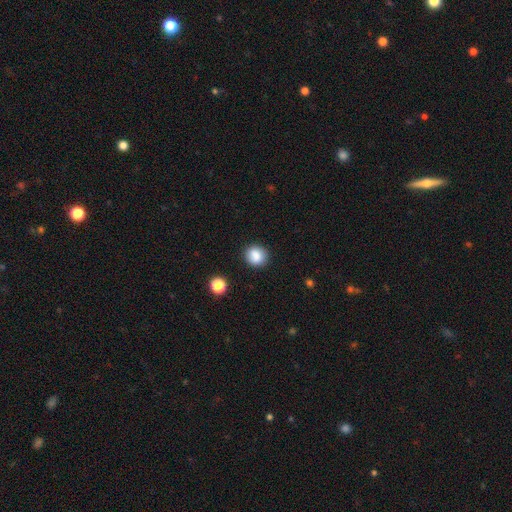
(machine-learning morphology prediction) smooth-or-featured: smooth: 86% | star or artifact: 10% | featured or disk: 4%
  how-rounded: round: 83% | in between: 16% | cigar-shaped: 1%
  merging: none: 87% | minor disturbance: 9% | major disturbance: 3% | merger: 2%